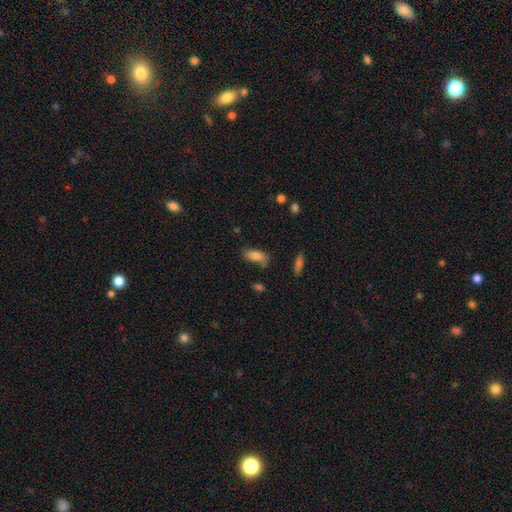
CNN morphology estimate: A smooth galaxy with no disk features (77%) that is in between round and cigar-shaped (78%).

Vote fractions:
- Smooth or featured? smooth: 77% / featured or disk: 15% / star or artifact: 8%
- How rounded? in between: 78% / cigar-shaped: 19% / round: 3%
- Merging? none: 61% / minor disturbance: 26% / major disturbance: 7% / merger: 5%